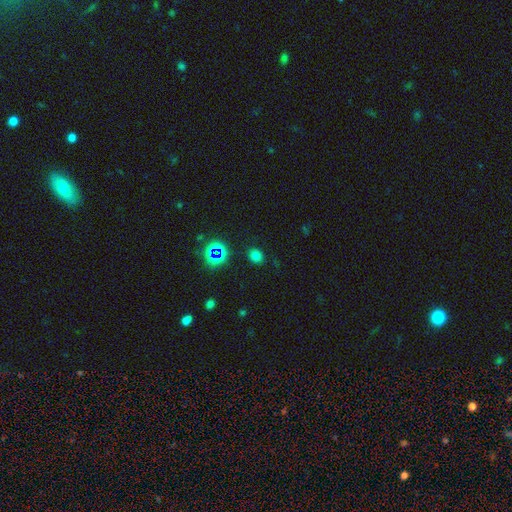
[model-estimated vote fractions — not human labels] The model was most divided on "how rounded": round: 59%, in between: 40%, cigar-shaped: 1%. More confident: merging — none (85%); smooth or featured — smooth (70%).